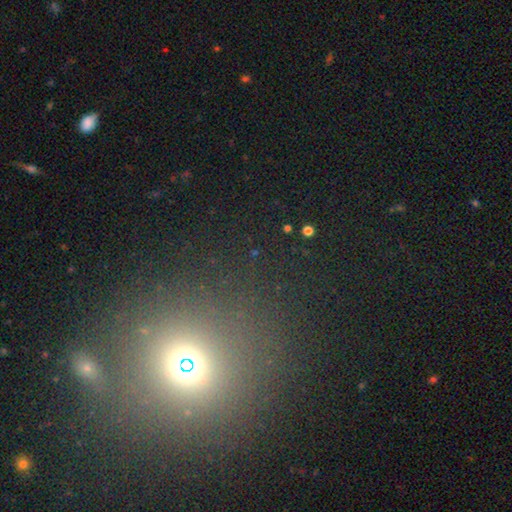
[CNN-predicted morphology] A star or artifact, not a galaxy (48%).